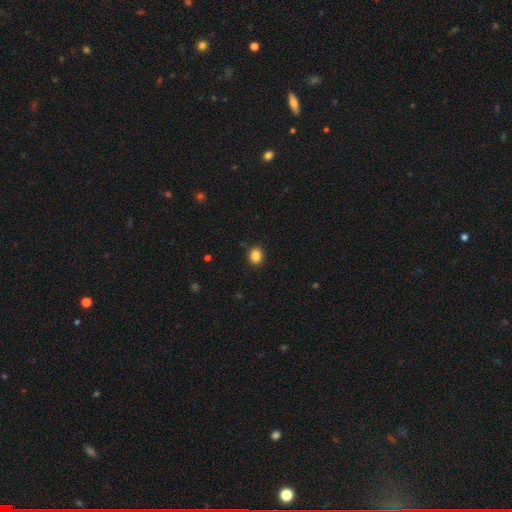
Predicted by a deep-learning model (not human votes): Morphology: type=smooth (86%); roundness=round (64%); merging=none (90%).